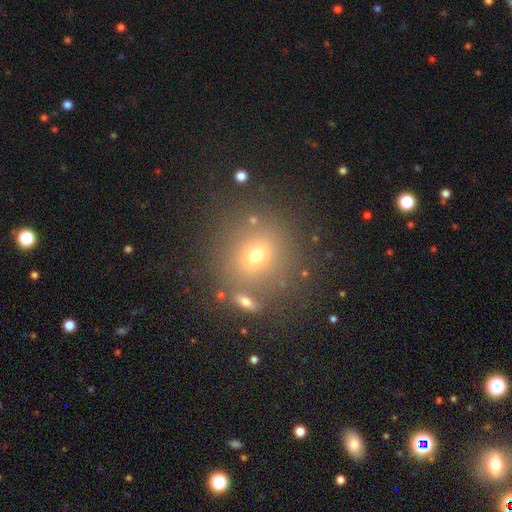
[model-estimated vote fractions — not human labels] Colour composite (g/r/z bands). It shows a smooth galaxy with no disk features (62%) that is round (81%). Merging: none (77%).